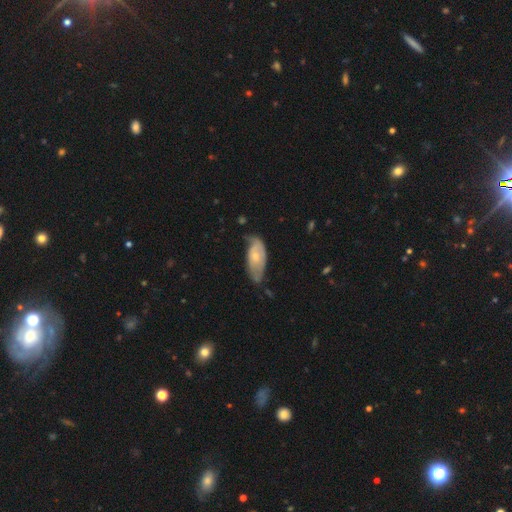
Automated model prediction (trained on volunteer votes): A smooth galaxy with no disk features (49%). Merging: minor disturbance (42%).